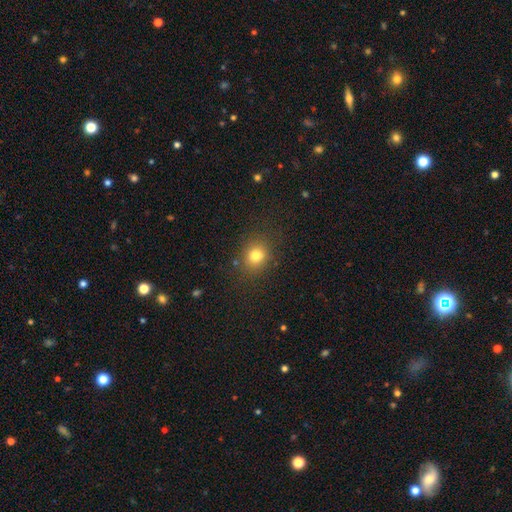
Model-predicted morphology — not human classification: Smooth or featured?
  - smooth: 78% *
  - star or artifact: 14%
  - featured or disk: 8%
How rounded?
  - round: 73% *
  - in between: 27%
  - cigar-shaped: 1%
Merging?
  - none: 84% *
  - minor disturbance: 10%
  - major disturbance: 4%
  - merger: 2%